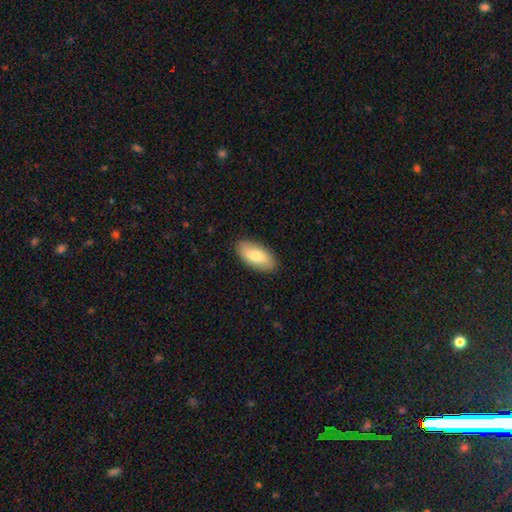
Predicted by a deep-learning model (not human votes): smooth-or-featured: smooth: 77% | featured or disk: 18% | star or artifact: 6%
  how-rounded: in between: 92% | cigar-shaped: 5% | round: 2%
  merging: none: 88% | minor disturbance: 9% | major disturbance: 2% | merger: 1%